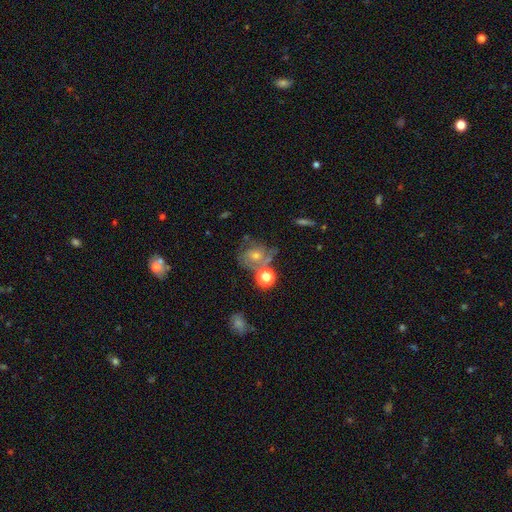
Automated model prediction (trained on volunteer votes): A featured or disk galaxy (50%). Merging: none (49%).